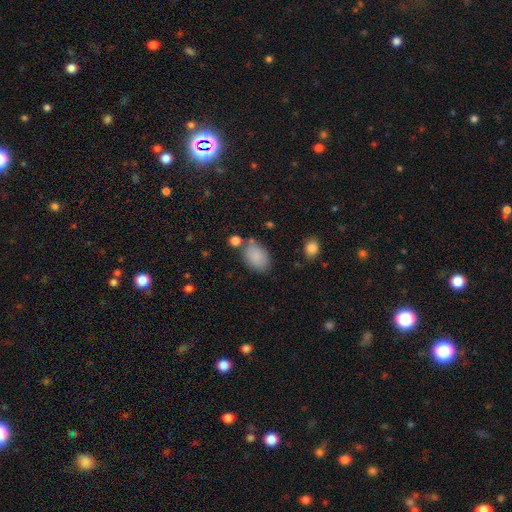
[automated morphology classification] Smooth or featured? smooth (87%)
How rounded? in between (88%)
Merging? none (69%)